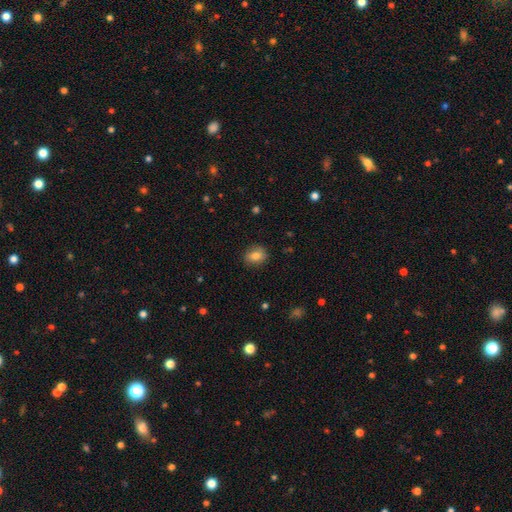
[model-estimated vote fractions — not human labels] The model was most divided on "how rounded": round: 57%, in between: 42%, cigar-shaped: 1%. More confident: merging — none (84%); smooth or featured — smooth (79%).